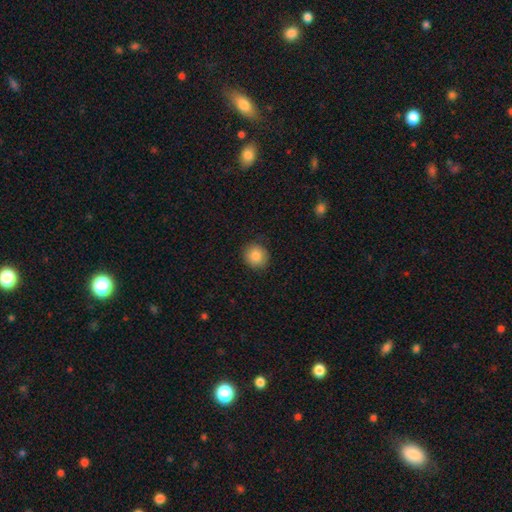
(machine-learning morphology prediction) smooth-or-featured: smooth: 86% | star or artifact: 9% | featured or disk: 6%
  how-rounded: round: 87% | in between: 12% | cigar-shaped: 1%
  merging: none: 88% | minor disturbance: 9% | major disturbance: 2% | merger: 1%